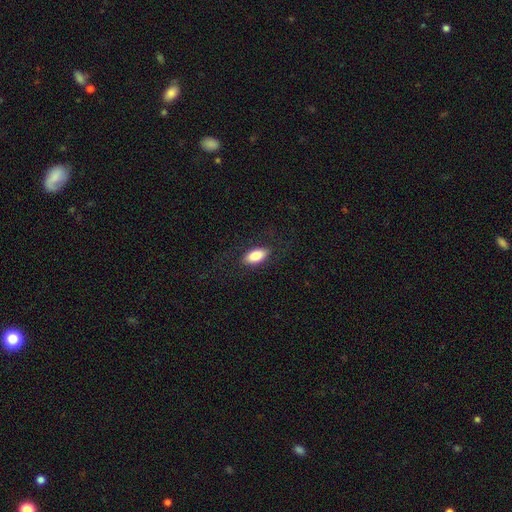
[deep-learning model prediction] A smooth galaxy with no disk features (84%) that is in between round and cigar-shaped (90%).

Vote fractions:
- Smooth or featured? smooth: 84% / featured or disk: 10% / star or artifact: 6%
- How rounded? in between: 90% / cigar-shaped: 7% / round: 3%
- Merging? none: 82% / minor disturbance: 11% / major disturbance: 6% / merger: 1%